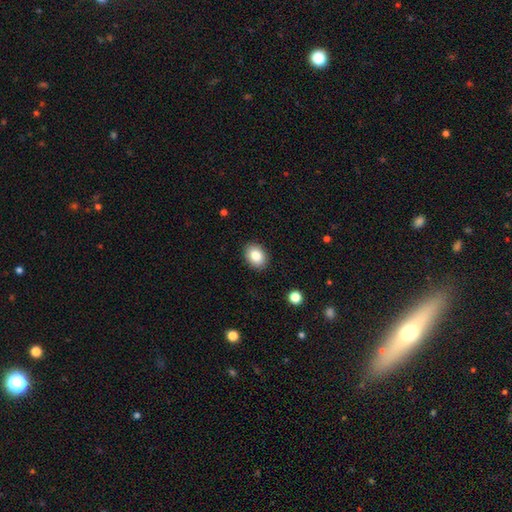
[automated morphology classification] smooth 84%, star or artifact 9%, featured or disk 7%. Down the decision tree: how rounded — in between (62%); merging — none (89%).